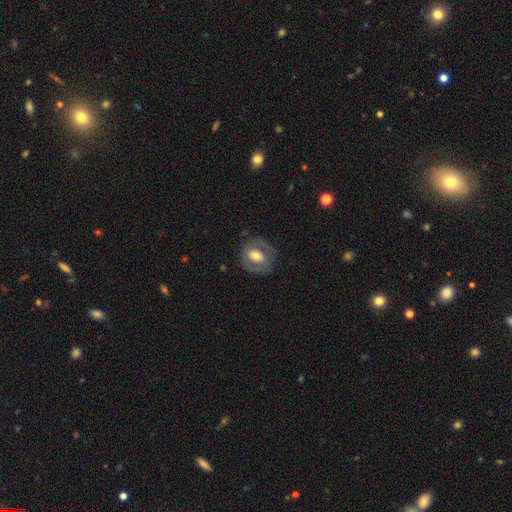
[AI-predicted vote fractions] A featured or disk galaxy (53%). Merging: none (72%).